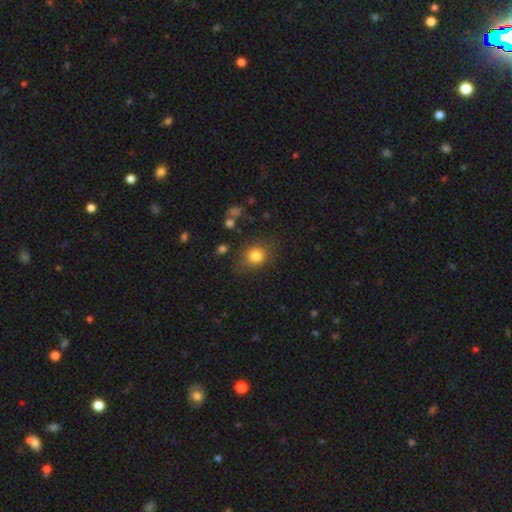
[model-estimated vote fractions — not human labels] Smooth or featured?
  - smooth: 82% *
  - star or artifact: 11%
  - featured or disk: 8%
How rounded?
  - round: 68% *
  - in between: 31%
  - cigar-shaped: 1%
Merging?
  - none: 77% *
  - minor disturbance: 16%
  - major disturbance: 5%
  - merger: 2%